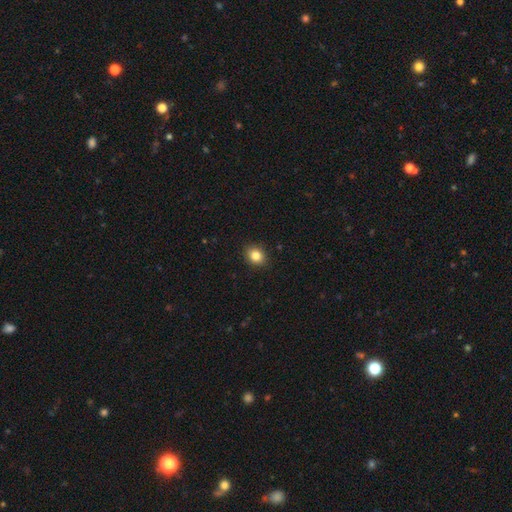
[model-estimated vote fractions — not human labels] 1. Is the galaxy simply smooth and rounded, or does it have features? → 85% smooth, 10% star or artifact, 5% featured or disk.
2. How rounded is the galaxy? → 60% round, 39% in between, 1% cigar-shaped.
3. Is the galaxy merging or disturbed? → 91% none, 7% minor disturbance, 2% major disturbance, 1% merger.